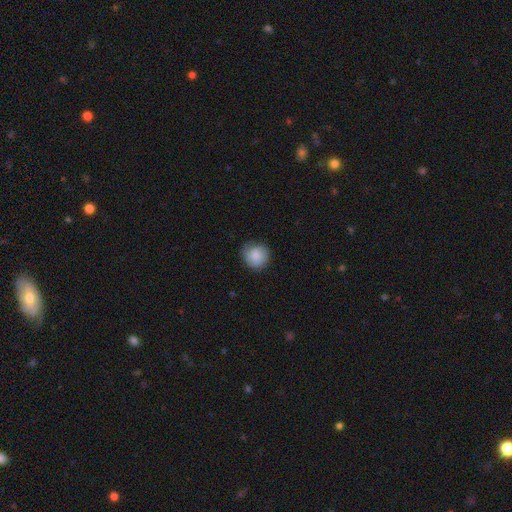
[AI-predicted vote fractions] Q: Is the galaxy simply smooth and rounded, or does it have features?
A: smooth — 84%.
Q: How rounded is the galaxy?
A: round — 91%.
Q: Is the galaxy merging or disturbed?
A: none — 78%.